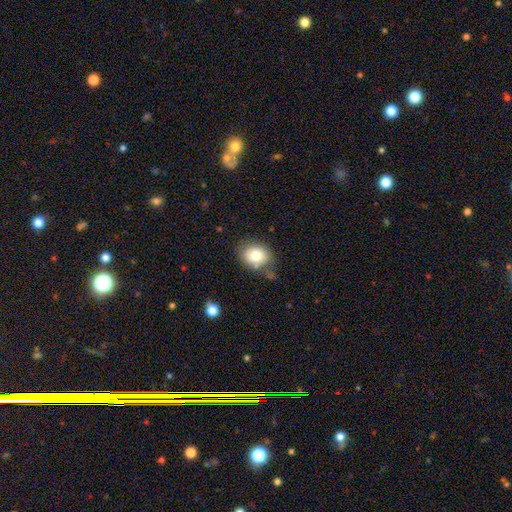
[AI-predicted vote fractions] A smooth galaxy with no disk features (78%) that is in between round and cigar-shaped (51%). Merging: none (70%).